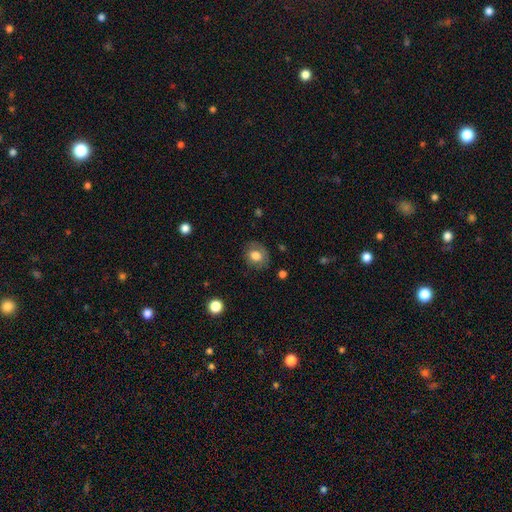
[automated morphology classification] Smooth or featured?
  - smooth: 74% *
  - featured or disk: 17%
  - star or artifact: 9%
How rounded?
  - round: 67% *
  - in between: 32%
  - cigar-shaped: 1%
Merging?
  - none: 76% *
  - minor disturbance: 17%
  - major disturbance: 6%
  - merger: 1%